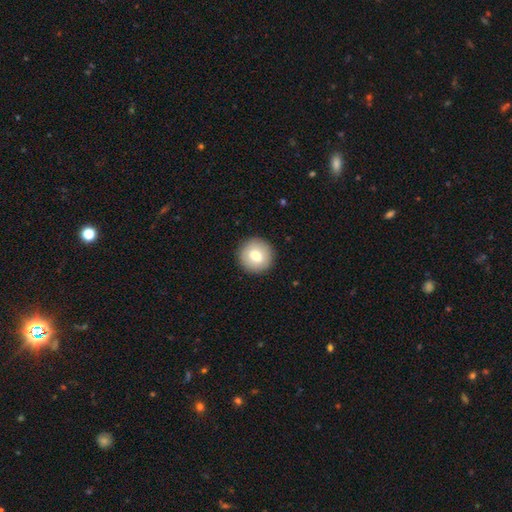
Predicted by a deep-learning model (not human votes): Smooth or featured? smooth (77%)
How rounded? round (94%)
Merging? none (91%)